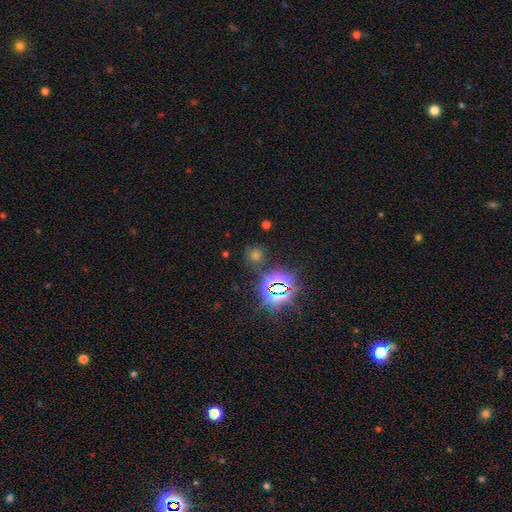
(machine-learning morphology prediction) smooth_or_featured: star or artifact (p=0.60) [alt: smooth p=0.33]